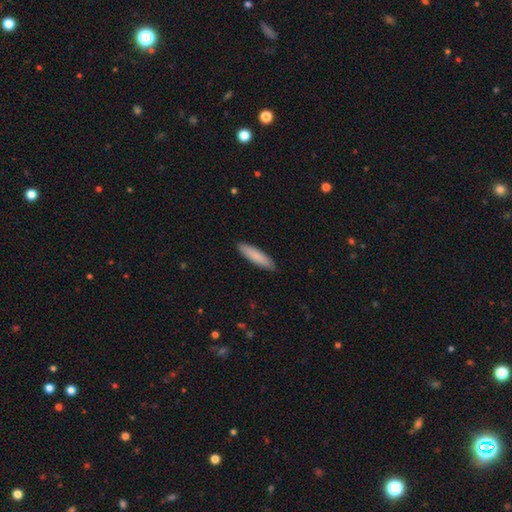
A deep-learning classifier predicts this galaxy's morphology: This appears to be a smooth galaxy with no disk features (85%) that is cigar-shaped (77%). Merging: none (90%).